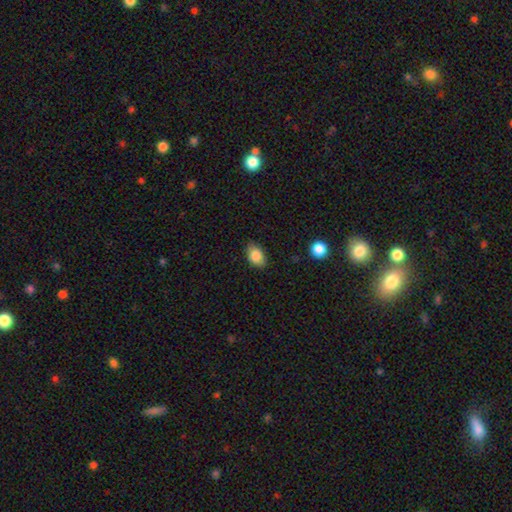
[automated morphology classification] Smooth or featured: smooth — 86% (star or artifact — 8%)
How rounded: in between — 84% (round — 14%)
Merging: none — 82% (minor disturbance — 14%)